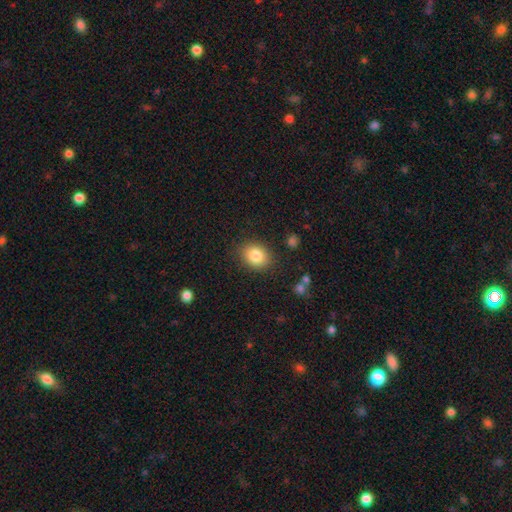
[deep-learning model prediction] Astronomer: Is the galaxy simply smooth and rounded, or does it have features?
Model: smooth — 84%.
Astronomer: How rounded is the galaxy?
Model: round — 51% (runner-up: in between, 48%).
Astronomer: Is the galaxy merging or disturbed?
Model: none — 85%.